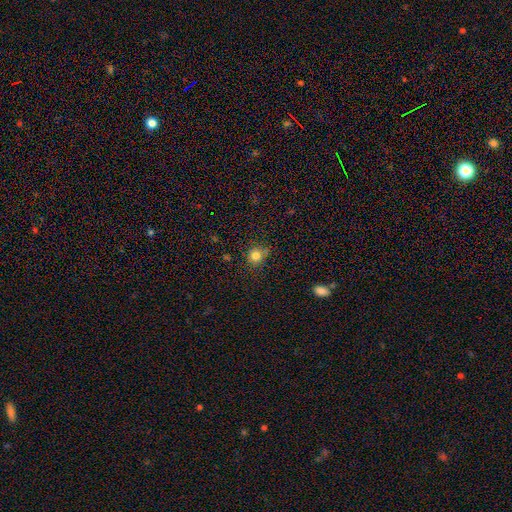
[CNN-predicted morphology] Smooth or featured? Predicted: smooth (p=0.81). How rounded? Predicted: round (p=0.88). Merging? Predicted: none (p=0.78).